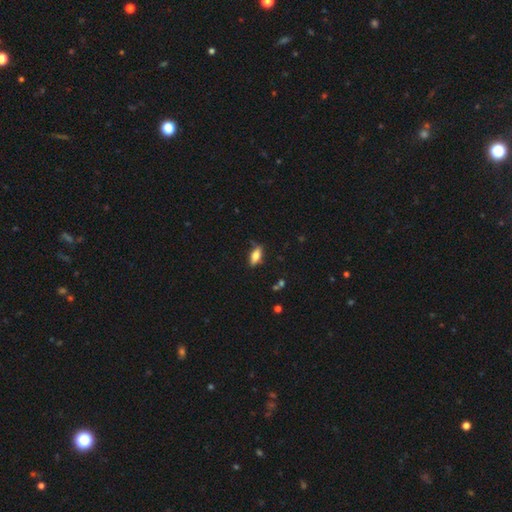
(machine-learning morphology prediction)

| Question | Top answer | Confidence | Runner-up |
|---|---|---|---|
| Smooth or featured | smooth | 69% | featured or disk (23%) |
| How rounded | in between | 76% | cigar-shaped (21%) |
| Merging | none | 75% | minor disturbance (19%) |